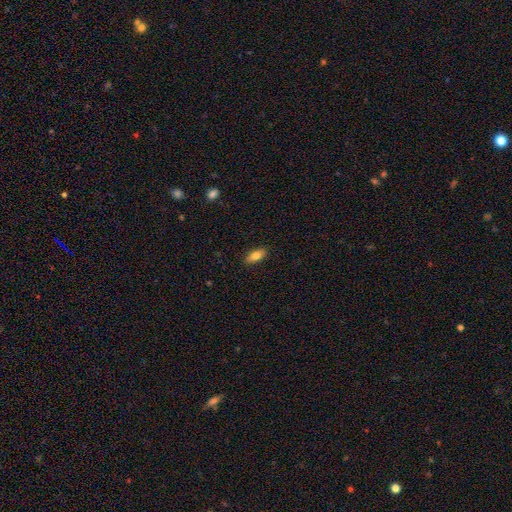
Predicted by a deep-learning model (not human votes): smooth 81%, featured or disk 12%, star or artifact 7%. Down the decision tree: how rounded — in between (84%); merging — none (89%).